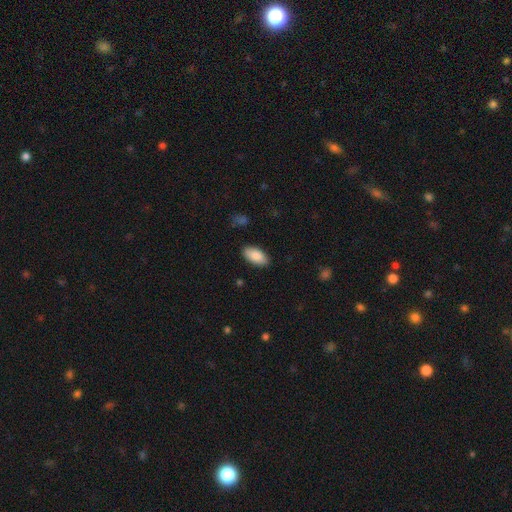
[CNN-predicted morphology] Overall: smooth (88%). How rounded: in between (93%). Merging: none (88%).